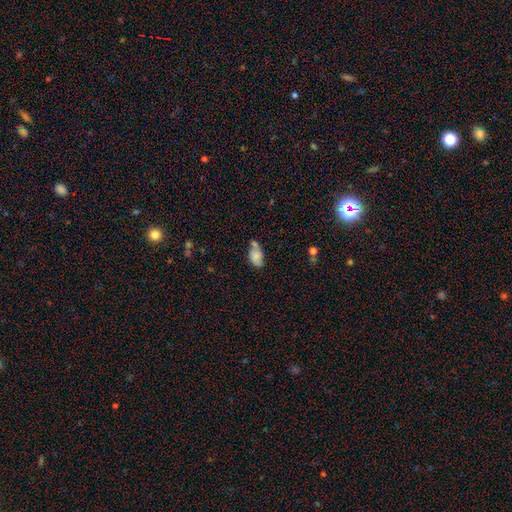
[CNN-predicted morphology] Overall: smooth (69%). How rounded: in between (89%). Merging: none (39%; minor disturbance 27%).